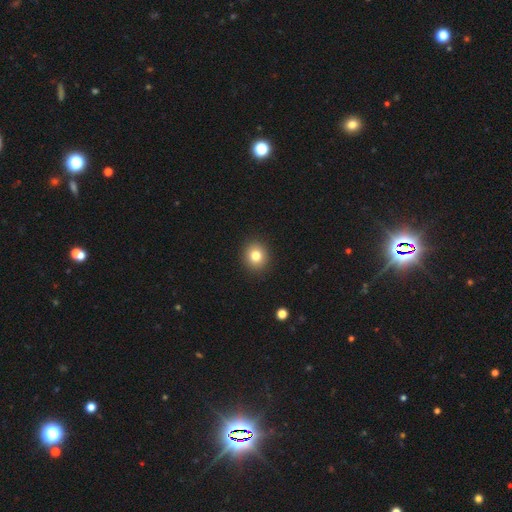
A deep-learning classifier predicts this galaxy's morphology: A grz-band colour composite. It shows a smooth galaxy with no disk features (80%) that is round (83%). Merging: none (92%).